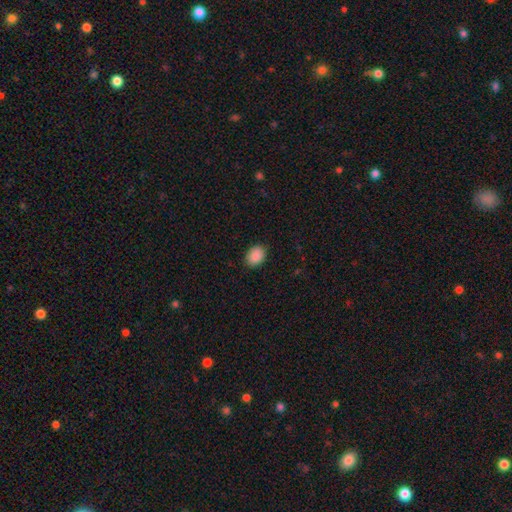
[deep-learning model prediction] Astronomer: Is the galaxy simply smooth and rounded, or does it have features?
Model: smooth — 90%.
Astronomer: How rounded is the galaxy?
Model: in between — 74%.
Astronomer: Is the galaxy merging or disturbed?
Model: none — 88%.